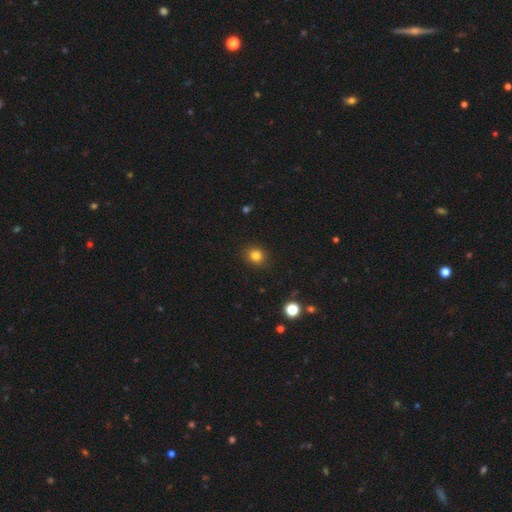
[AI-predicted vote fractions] Q: Smooth or featured?
A: smooth (82%); runner-up: star or artifact (13%)
Q: How rounded?
A: round (75%); runner-up: in between (24%)
Q: Merging?
A: none (90%); runner-up: minor disturbance (7%)